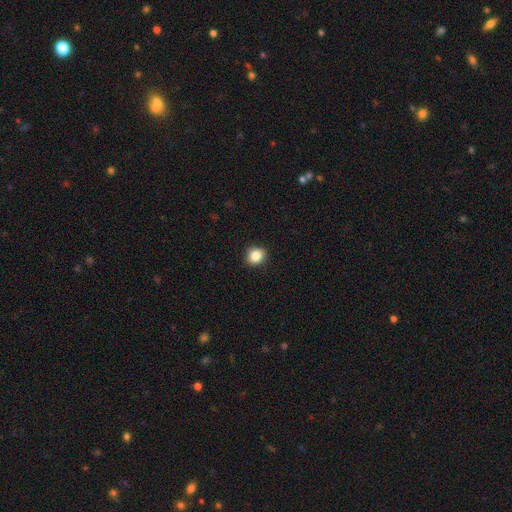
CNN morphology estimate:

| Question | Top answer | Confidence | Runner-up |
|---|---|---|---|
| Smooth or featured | smooth | 85% | star or artifact (10%) |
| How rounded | round | 79% | in between (20%) |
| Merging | none | 89% | minor disturbance (8%) |